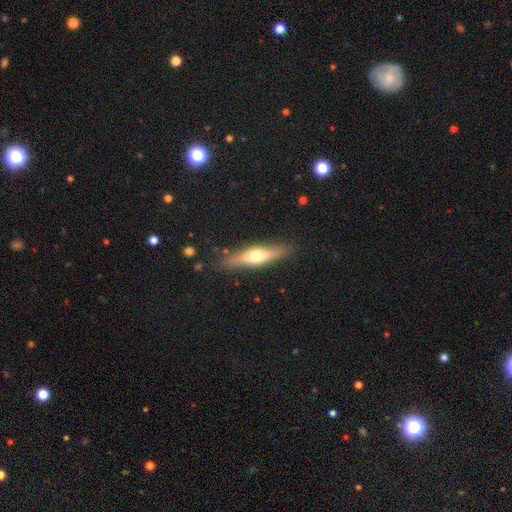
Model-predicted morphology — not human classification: Smooth or featured?
  - smooth: 52% *
  - featured or disk: 42%
  - star or artifact: 6%
How rounded?
  - cigar-shaped: 72% *
  - in between: 26%
  - round: 2%
Merging?
  - none: 85% *
  - minor disturbance: 11%
  - major disturbance: 3%
  - merger: 2%